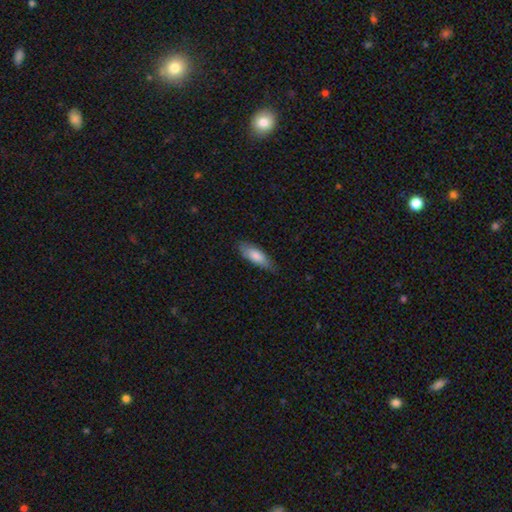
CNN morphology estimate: A smooth galaxy with no disk features (79%) that is in between round and cigar-shaped (66%). Merging: none (78%).